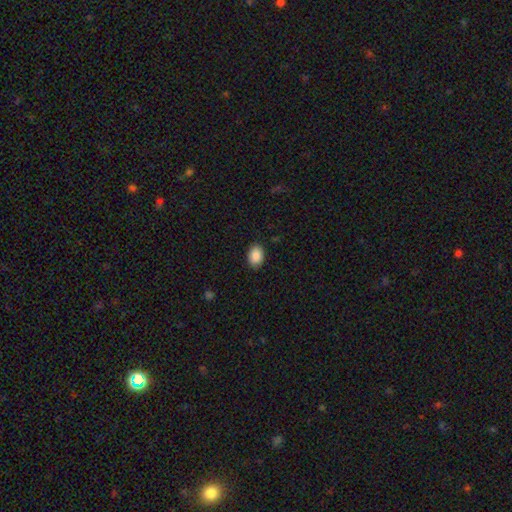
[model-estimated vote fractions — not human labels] Q: Smooth or featured?
A: smooth (89%); runner-up: star or artifact (7%)
Q: How rounded?
A: in between (80%); runner-up: round (19%)
Q: Merging?
A: none (87%); runner-up: minor disturbance (9%)